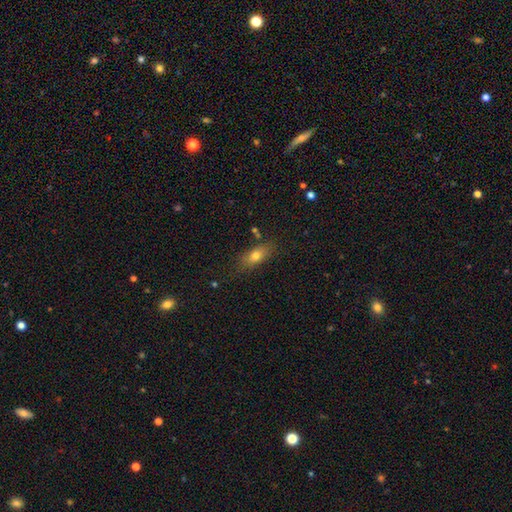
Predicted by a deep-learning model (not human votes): A smooth galaxy with no disk features (73%) that is in between round and cigar-shaped (74%).

Vote fractions:
- Smooth or featured? smooth: 73% / featured or disk: 17% / star or artifact: 10%
- How rounded? in between: 74% / cigar-shaped: 18% / round: 8%
- Merging? none: 75% / minor disturbance: 16% / major disturbance: 5% / merger: 4%